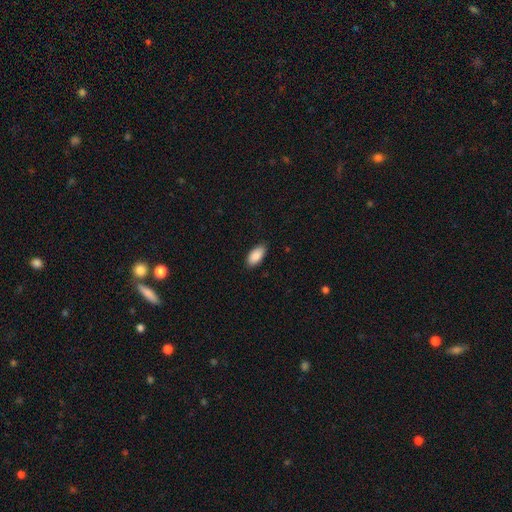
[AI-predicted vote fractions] The model was most divided on "merging": none: 85%, minor disturbance: 12%, major disturbance: 2%, merger: 1%. More confident: how rounded — in between (94%); smooth or featured — smooth (90%).